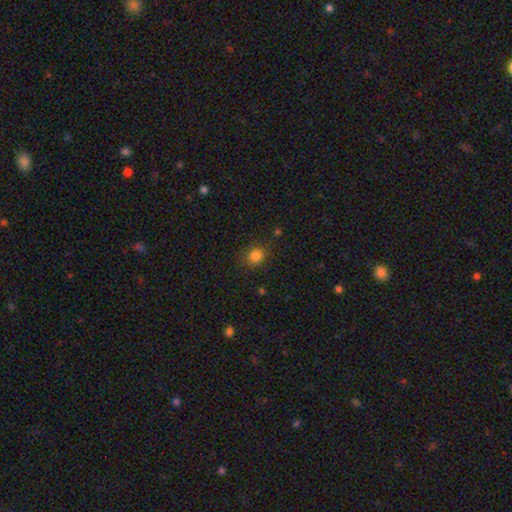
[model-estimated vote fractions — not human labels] A smooth galaxy with no disk features (83%) that is round (77%). Merging: none (85%).